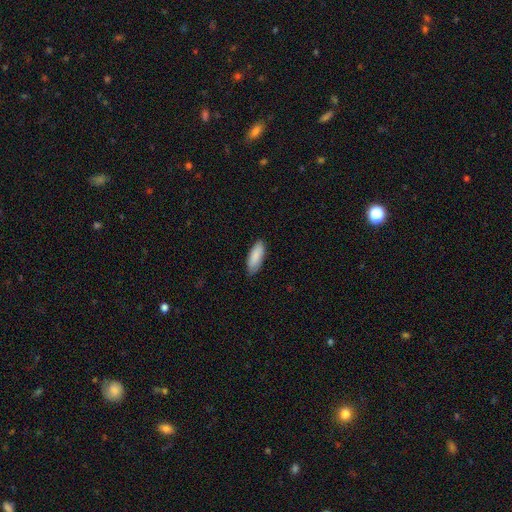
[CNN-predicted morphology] type=smooth (88%); roundness=in between (71%); merging=none (84%).